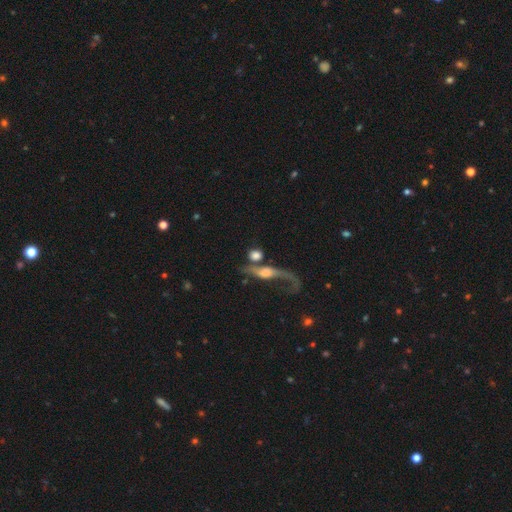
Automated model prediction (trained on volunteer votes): smooth 53%, featured or disk 36%, star or artifact 11%. Down the decision tree: how rounded — round (57%); merging — none (40%).